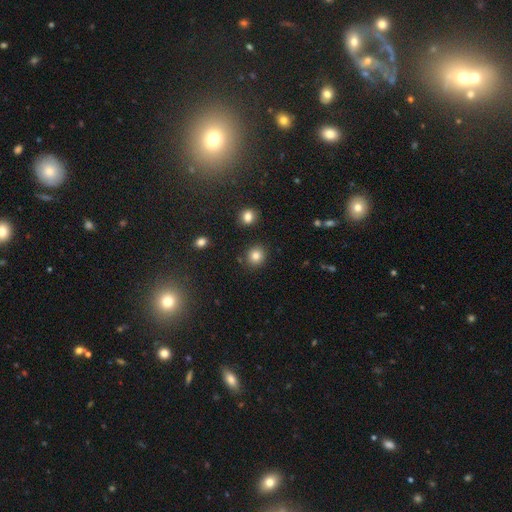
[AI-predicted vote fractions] This appears to be a smooth galaxy with no disk features (83%) that is round (84%). Merging: none (87%).